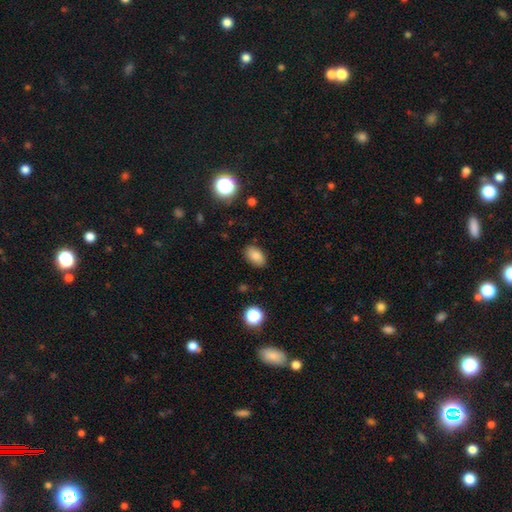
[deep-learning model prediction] smooth 85%, star or artifact 10%, featured or disk 5%. Down the decision tree: how rounded — in between (90%); merging — none (86%).